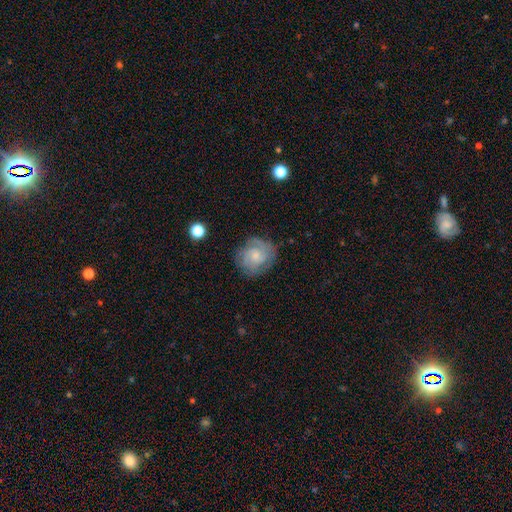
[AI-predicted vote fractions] This appears to be a featured or disk galaxy (68%) with no bar (66%), 2 (44%) tight (54%) spiral arms (92%) and a small central bulge (53%). Merging: none (76%).